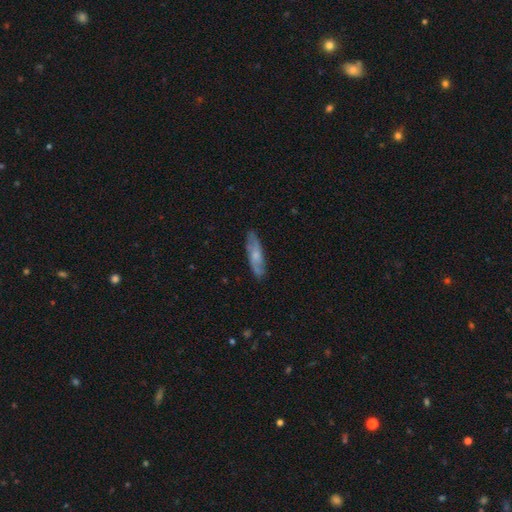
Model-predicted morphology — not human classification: This appears to be a featured or disk galaxy (48%). Merging: none (82%).